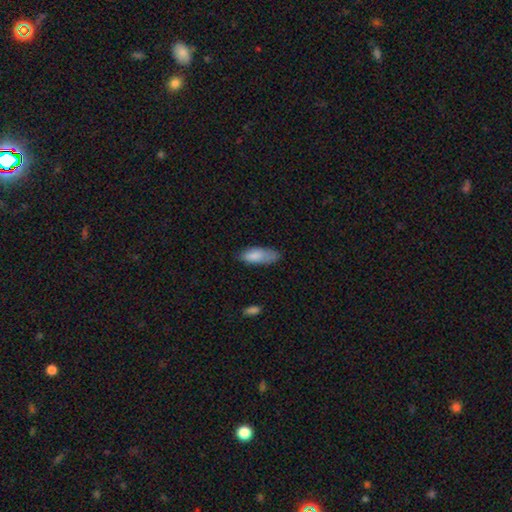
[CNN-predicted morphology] Smooth or featured? Predicted: smooth (p=0.84). How rounded? Predicted: in between (p=0.75). Merging? Predicted: none (p=0.58).